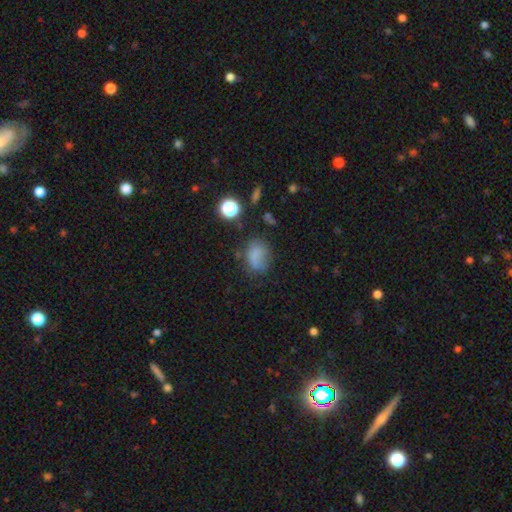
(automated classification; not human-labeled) Overall: smooth (72%). How rounded: in between (68%; round 31%). Merging: none (52%; minor disturbance 28%).